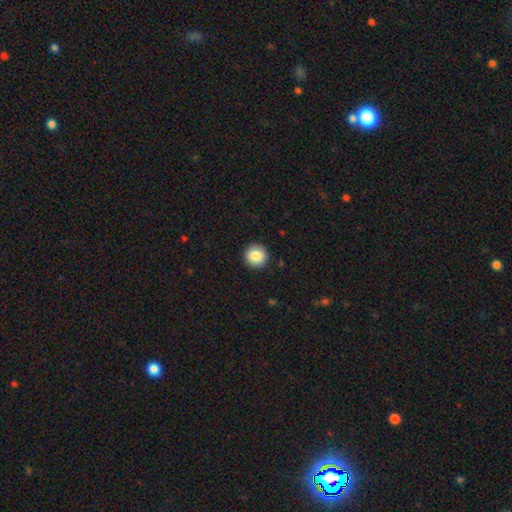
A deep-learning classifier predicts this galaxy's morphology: Smooth or featured: smooth — 86% (star or artifact — 8%)
How rounded: round — 95% (in between — 4%)
Merging: none — 93% (minor disturbance — 5%)